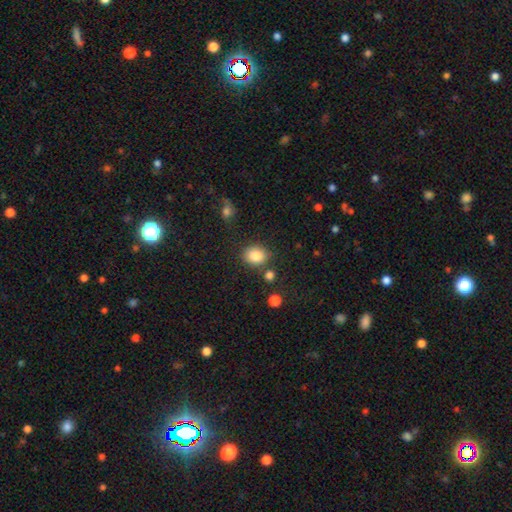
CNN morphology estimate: Smooth or featured? smooth (85%)
How rounded? round (63%)
Merging? none (79%)